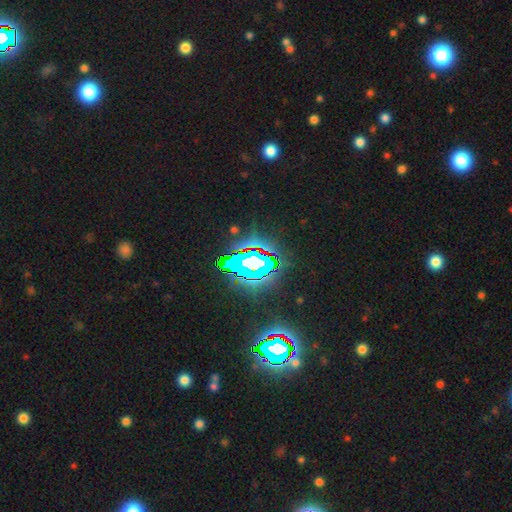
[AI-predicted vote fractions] Overall: star or artifact (73%).